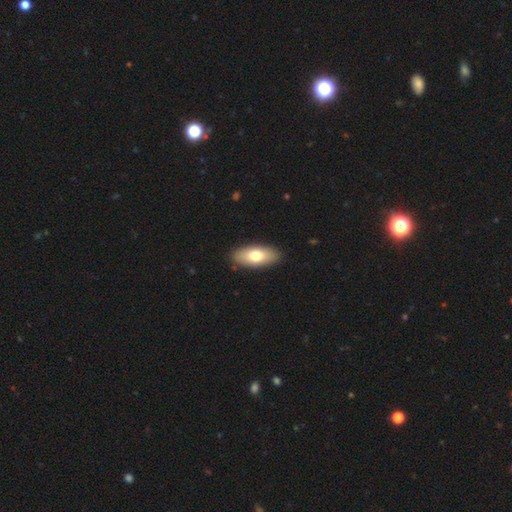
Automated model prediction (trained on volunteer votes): Smooth or featured? Predicted: smooth (p=0.72). How rounded? Predicted: in between (p=0.85). Merging? Predicted: none (p=0.90).